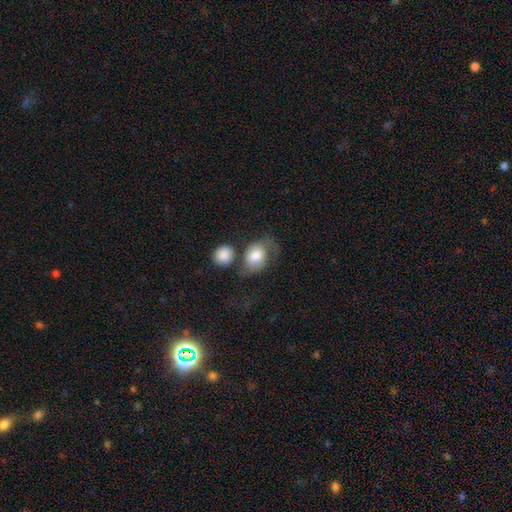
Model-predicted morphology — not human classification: smooth-or-featured: smooth: 71% | featured or disk: 22% | star or artifact: 7%
  how-rounded: in between: 55% | round: 44% | cigar-shaped: 1%
  merging: none: 34% | major disturbance: 25% | minor disturbance: 23% | merger: 18%